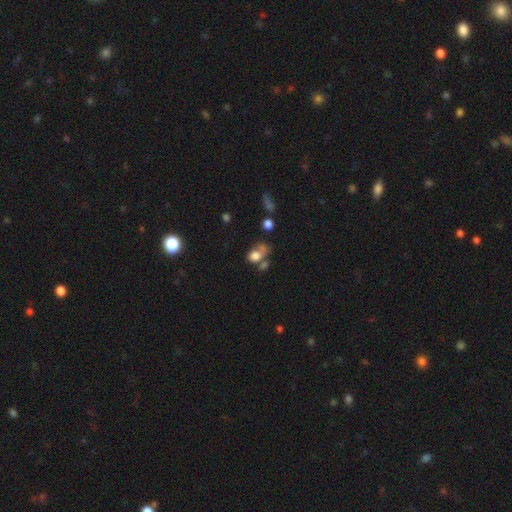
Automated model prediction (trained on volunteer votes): A smooth galaxy with no disk features (72%) that is in between round and cigar-shaped (59%). Merging: merger (35%).